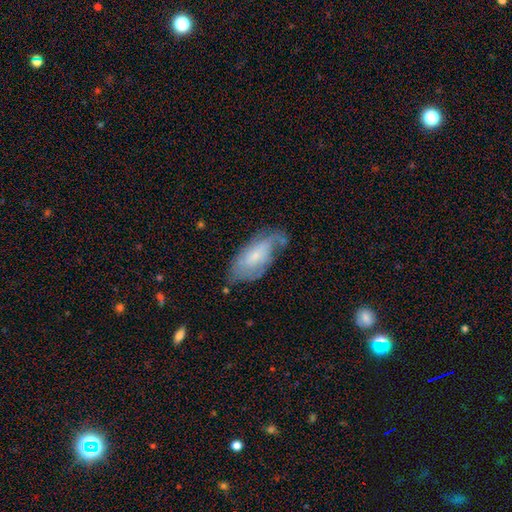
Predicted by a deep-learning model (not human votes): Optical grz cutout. It shows a featured or disk galaxy (51%). Merging: none (53%).